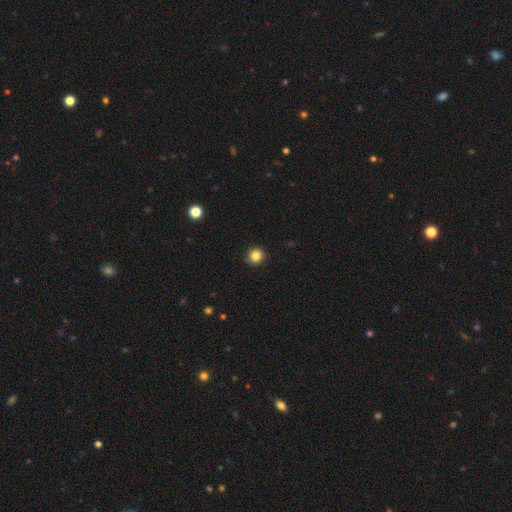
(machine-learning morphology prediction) Smooth or featured? Predicted: smooth (p=0.84). How rounded? Predicted: round (p=0.93). Merging? Predicted: none (p=0.91).